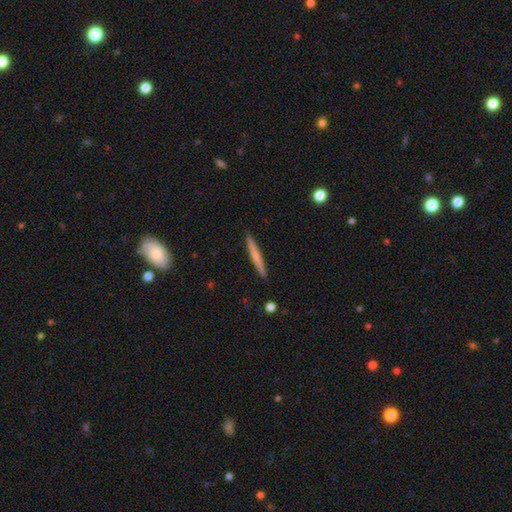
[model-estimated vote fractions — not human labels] A smooth galaxy with no disk features (53%) that is cigar-shaped (96%). Merging: none (92%).